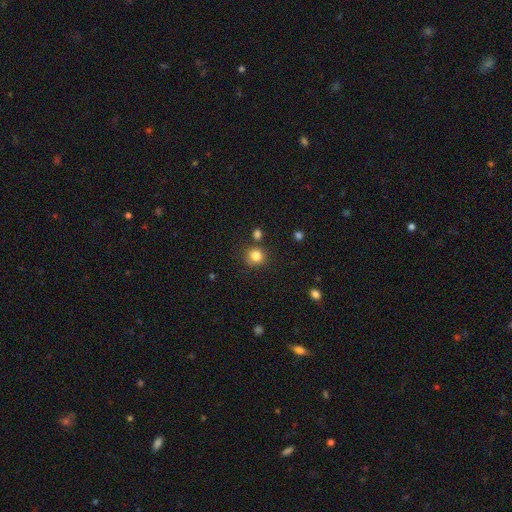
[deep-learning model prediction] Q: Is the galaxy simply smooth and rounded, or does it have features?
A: smooth — 84%.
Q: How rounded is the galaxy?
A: round — 88%.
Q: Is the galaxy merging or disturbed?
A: none — 79%.